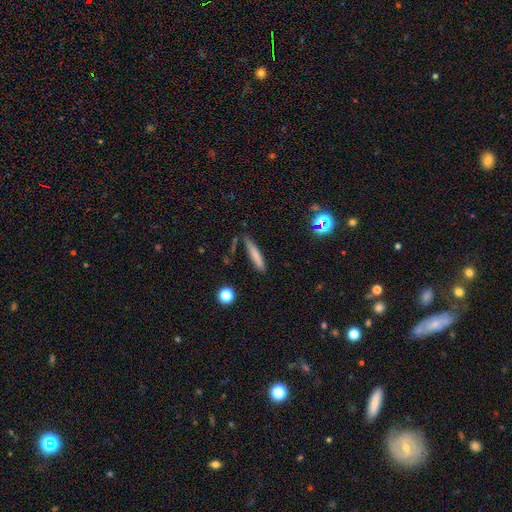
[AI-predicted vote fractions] A smooth galaxy with no disk features (75%) that is cigar-shaped (89%). Merging: none (75%).